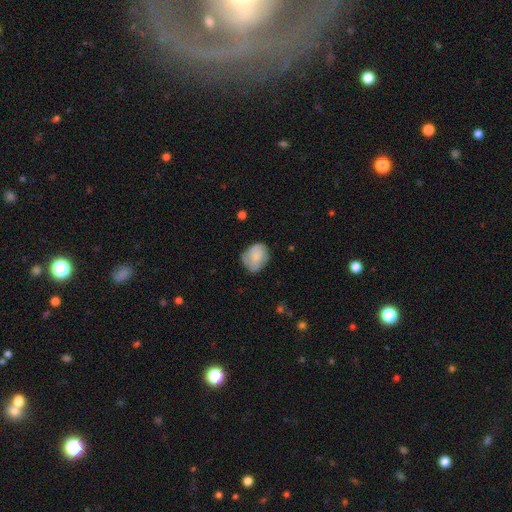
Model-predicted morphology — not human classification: Smooth or featured? Predicted: smooth (p=0.63). How rounded? Predicted: in between (p=0.51). Merging? Predicted: none (p=0.58).